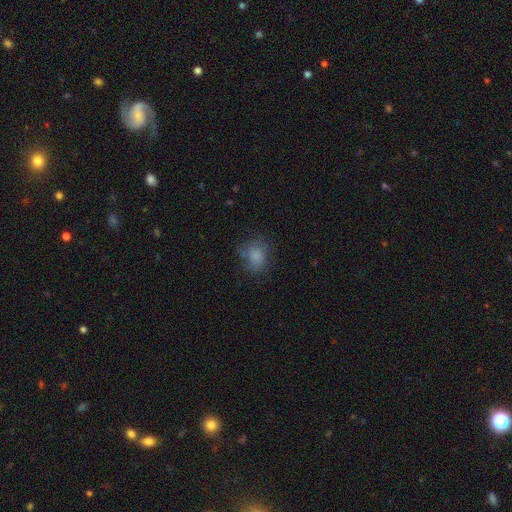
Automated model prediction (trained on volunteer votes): Smooth or featured? Predicted: smooth (p=0.80). How rounded? Predicted: round (p=0.60). Merging? Predicted: none (p=0.63).